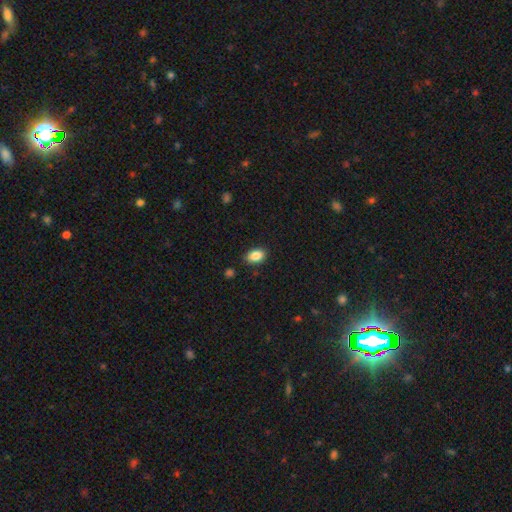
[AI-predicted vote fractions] This appears to be a smooth galaxy with no disk features (86%) that is in between round and cigar-shaped (87%). Merging: none (85%).